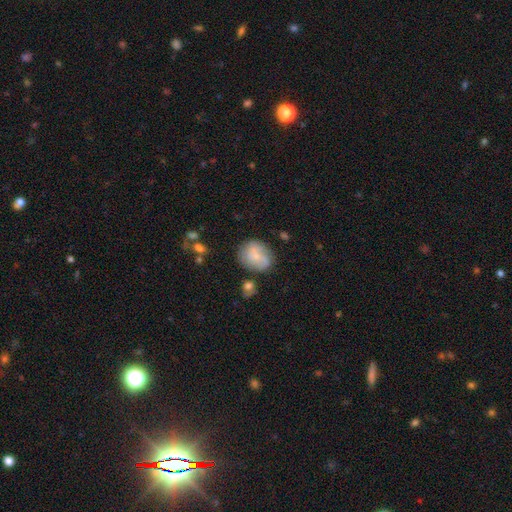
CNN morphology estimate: type=smooth (63%); roundness=round (61%); merging=none (60%).